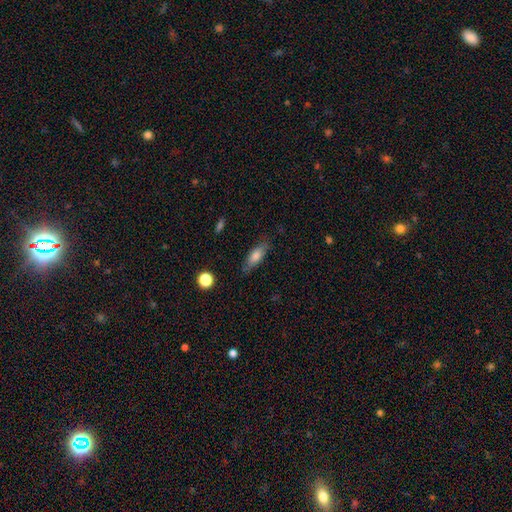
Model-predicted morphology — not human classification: type=smooth (73%); roundness=in between (59%); merging=none (78%).